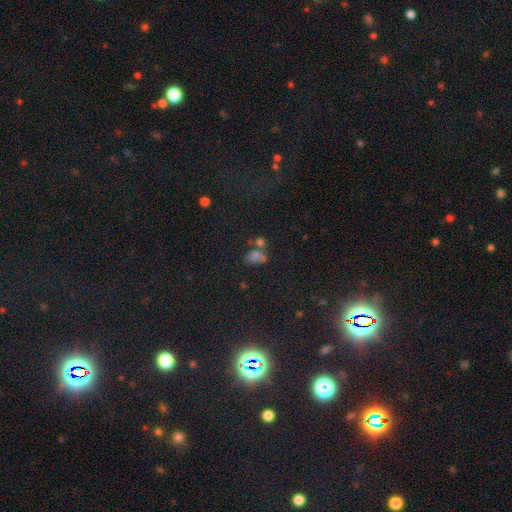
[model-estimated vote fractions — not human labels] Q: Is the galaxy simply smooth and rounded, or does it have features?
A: smooth — 60%.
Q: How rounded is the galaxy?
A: in between — 76%.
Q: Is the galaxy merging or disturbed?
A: none — 40%.